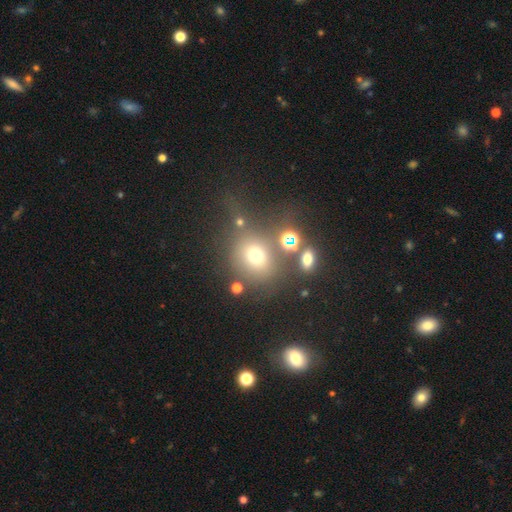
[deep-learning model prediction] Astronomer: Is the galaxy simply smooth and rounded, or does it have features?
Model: smooth — 66%.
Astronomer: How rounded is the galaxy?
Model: round — 75%.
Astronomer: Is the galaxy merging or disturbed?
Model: none — 63%.